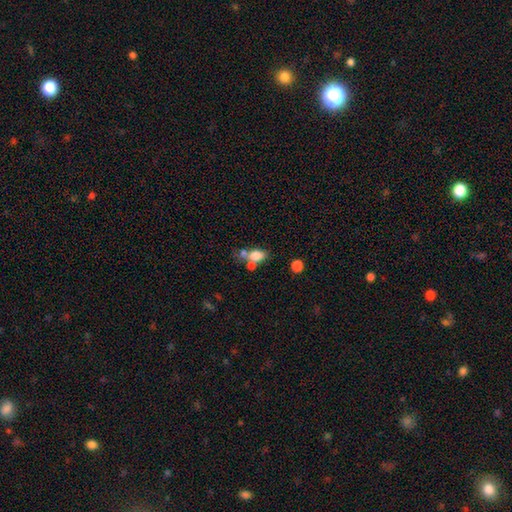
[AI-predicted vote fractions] smooth-or-featured: smooth: 75% | featured or disk: 14% | star or artifact: 11%
  how-rounded: in between: 75% | round: 22% | cigar-shaped: 3%
  merging: merger: 42% | none: 38% | minor disturbance: 13% | major disturbance: 7%